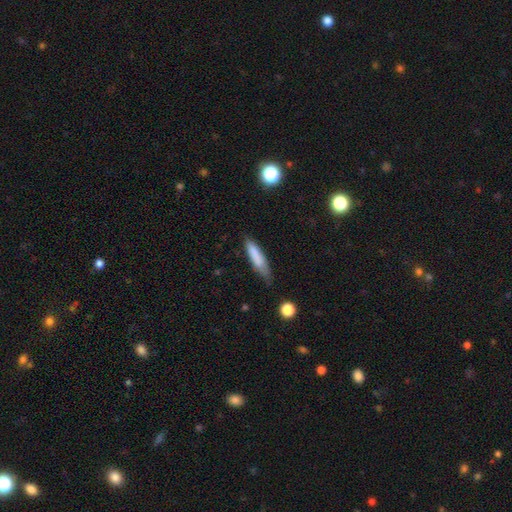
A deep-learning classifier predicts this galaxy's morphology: A smooth galaxy with no disk features (81%) that is cigar-shaped (75%). Merging: none (60%).